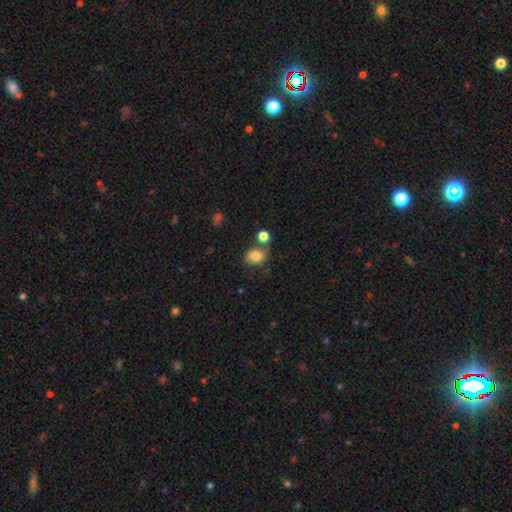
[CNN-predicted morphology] This is clearly a smooth galaxy (80%). How rounded: possibly in between (53%). Merging: possibly none (58%).